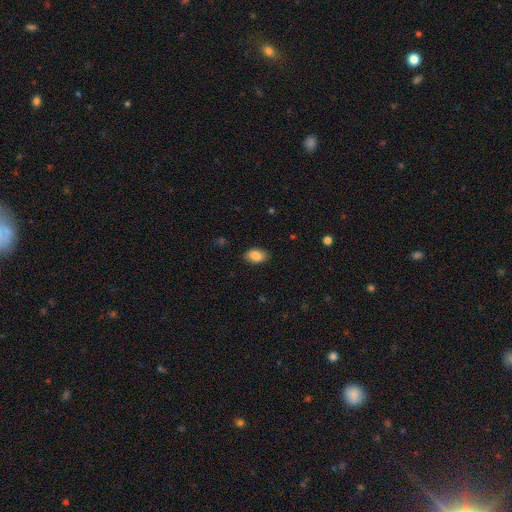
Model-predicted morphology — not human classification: type=smooth (86%); roundness=in between (90%); merging=none (86%).